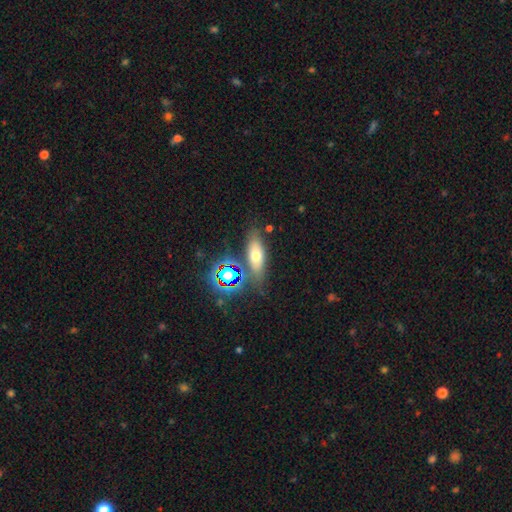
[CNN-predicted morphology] This is possibly a smooth galaxy (57%). How rounded: likely in between (64%). Merging: likely none (74%).